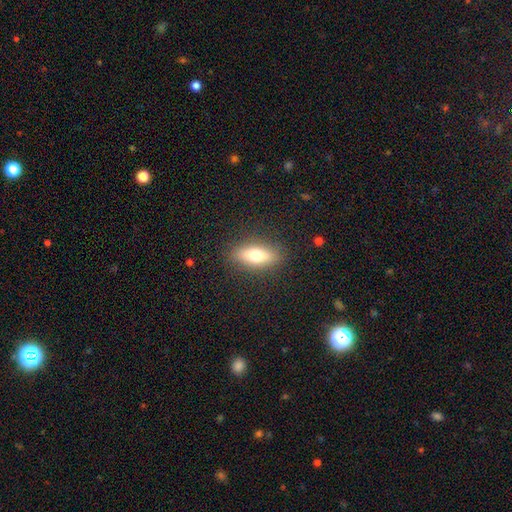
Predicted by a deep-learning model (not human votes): Smooth or featured? smooth (71%)
How rounded? in between (67%)
Merging? none (87%)